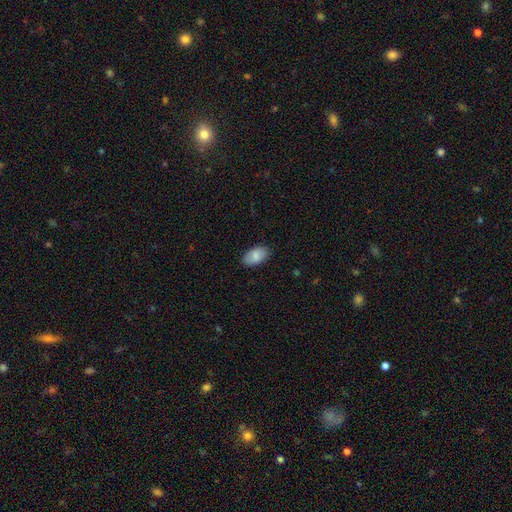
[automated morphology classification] Overall: smooth (85%). How rounded: in between (94%). Merging: none (85%).